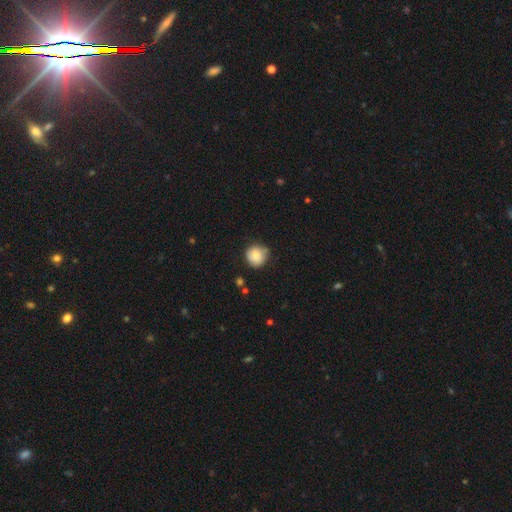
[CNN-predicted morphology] smooth_or_featured: smooth (p=0.85) [alt: star or artifact p=0.08]
how_rounded: round (p=0.91) [alt: in between p=0.08]
merging: none (p=0.73) [alt: minor disturbance p=0.21]